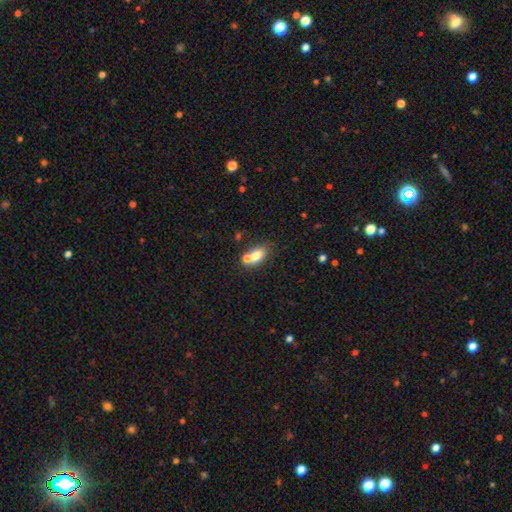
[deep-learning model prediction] Overall: smooth (75%). How rounded: in between (81%). Merging: none (44%; merger 40%).